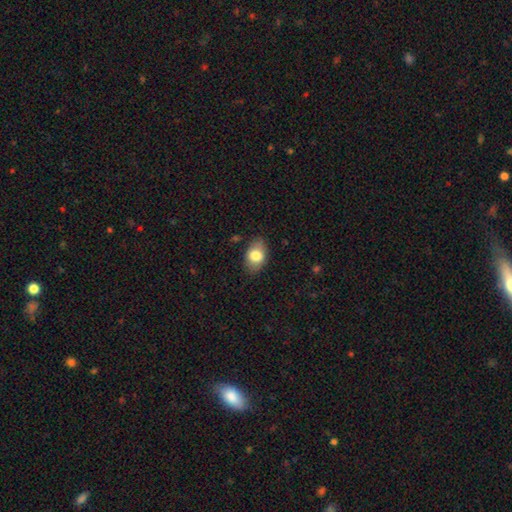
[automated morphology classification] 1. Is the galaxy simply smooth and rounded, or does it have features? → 78% smooth, 14% featured or disk, 8% star or artifact.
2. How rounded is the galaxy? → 84% in between, 15% round, 1% cigar-shaped.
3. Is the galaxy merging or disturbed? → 82% none, 14% minor disturbance, 3% major disturbance, 1% merger.